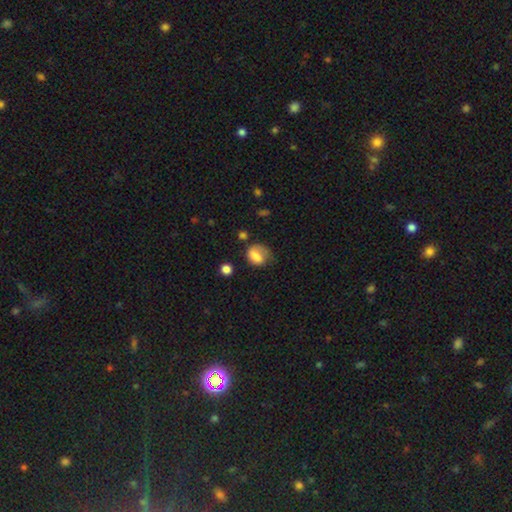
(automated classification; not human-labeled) Smooth or featured?
  - smooth: 73% *
  - featured or disk: 17%
  - star or artifact: 9%
How rounded?
  - in between: 59% *
  - round: 39%
  - cigar-shaped: 2%
Merging?
  - none: 41% *
  - minor disturbance: 30%
  - major disturbance: 24%
  - merger: 5%